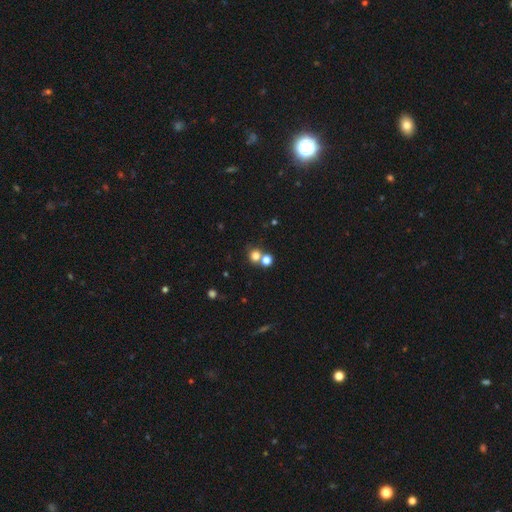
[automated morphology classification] The model was most divided on "merging": none: 53%, merger: 36%, minor disturbance: 7%, major disturbance: 4%. More confident: how rounded — round (83%); smooth or featured — smooth (75%).